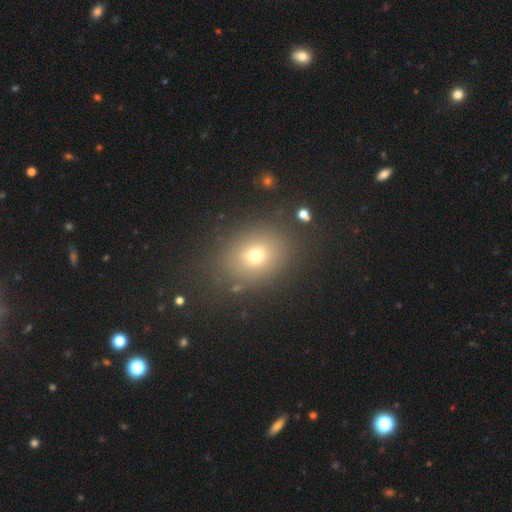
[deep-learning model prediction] A smooth galaxy with no disk features (69%) that is round (50%).

Vote fractions:
- Smooth or featured? smooth: 69% / star or artifact: 18% / featured or disk: 13%
- How rounded? round: 50% / in between: 49% / cigar-shaped: 1%
- Merging? none: 81% / minor disturbance: 11% / major disturbance: 5% / merger: 3%